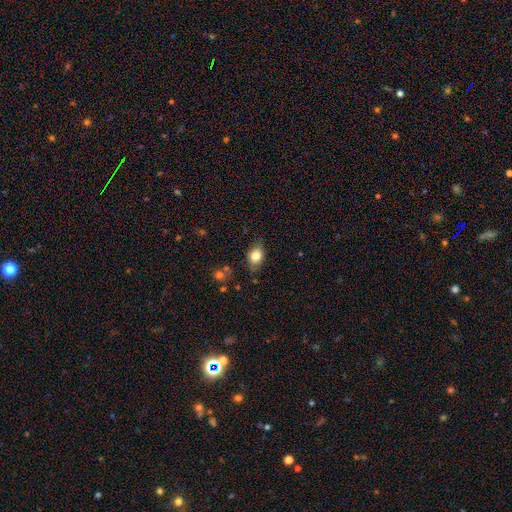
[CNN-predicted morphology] A smooth galaxy with no disk features (81%) that is in between round and cigar-shaped (75%).

Vote fractions:
- Smooth or featured? smooth: 81% / featured or disk: 11% / star or artifact: 8%
- How rounded? in between: 75% / round: 23% / cigar-shaped: 2%
- Merging? none: 73% / minor disturbance: 21% / major disturbance: 4% / merger: 2%